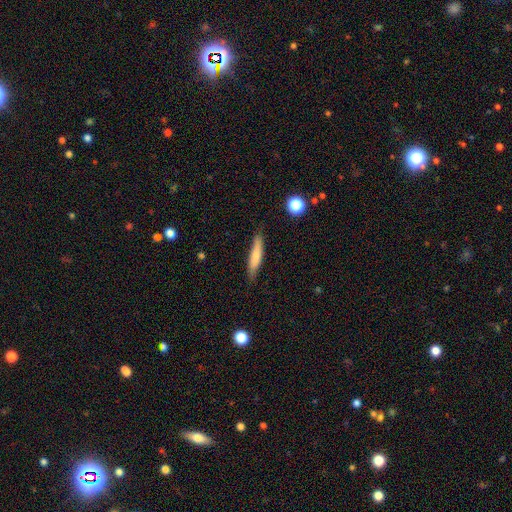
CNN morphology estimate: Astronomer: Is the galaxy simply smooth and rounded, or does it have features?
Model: smooth — 73%.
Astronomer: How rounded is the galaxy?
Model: cigar-shaped — 87%.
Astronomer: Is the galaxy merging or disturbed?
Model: none — 81%.